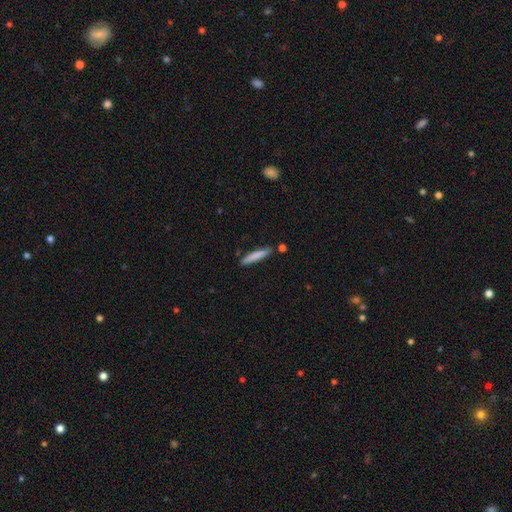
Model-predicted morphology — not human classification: This appears to be a smooth galaxy with no disk features (78%) that is cigar-shaped (92%). Merging: none (81%).